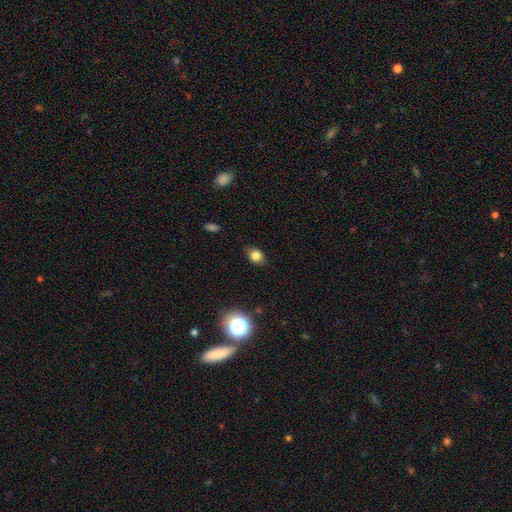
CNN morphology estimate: A smooth galaxy with no disk features (80%) that is in between round and cigar-shaped (56%). Merging: none (82%).